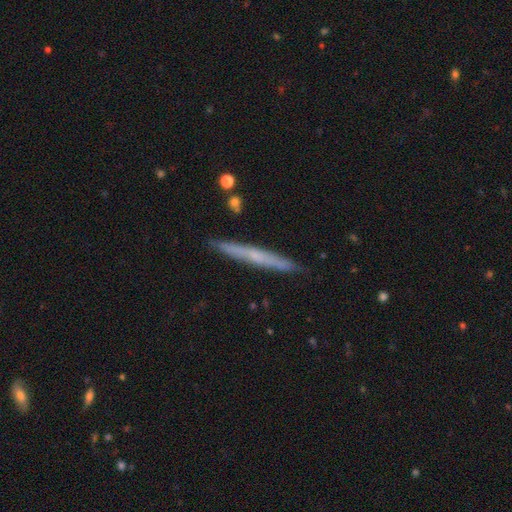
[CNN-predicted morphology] smooth-or-featured: featured or disk: 52% | smooth: 41% | star or artifact: 6%
  disk-edge-on: yes: 96% | no: 4%
  merging: none: 90% | minor disturbance: 7% | merger: 2% | major disturbance: 1%